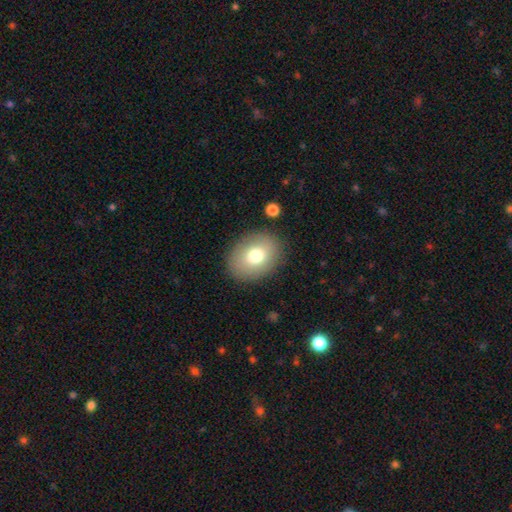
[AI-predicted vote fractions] This appears to be a smooth galaxy with no disk features (75%) that is in between round and cigar-shaped (61%). Merging: none (86%).